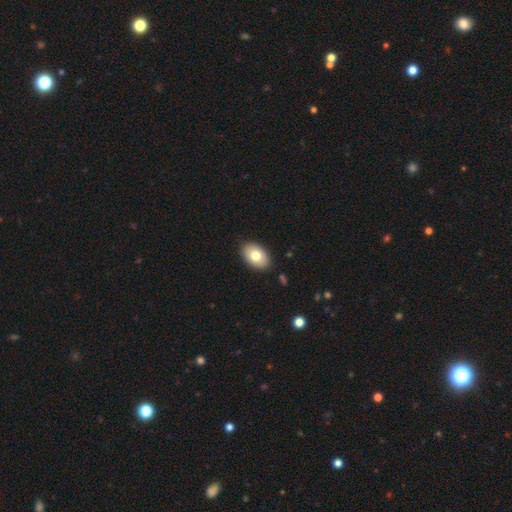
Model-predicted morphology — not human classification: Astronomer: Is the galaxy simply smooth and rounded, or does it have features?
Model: smooth — 78%.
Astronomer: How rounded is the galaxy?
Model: in between — 90%.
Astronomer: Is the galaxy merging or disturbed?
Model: none — 88%.